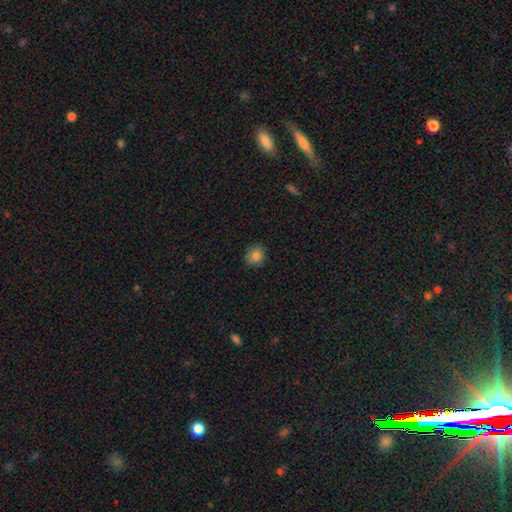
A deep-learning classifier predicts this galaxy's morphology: A smooth galaxy with no disk features (84%) that is round (81%).

Vote fractions:
- Smooth or featured? smooth: 84% / star or artifact: 11% / featured or disk: 5%
- How rounded? round: 81% / in between: 18% / cigar-shaped: 1%
- Merging? none: 87% / minor disturbance: 10% / major disturbance: 2% / merger: 1%